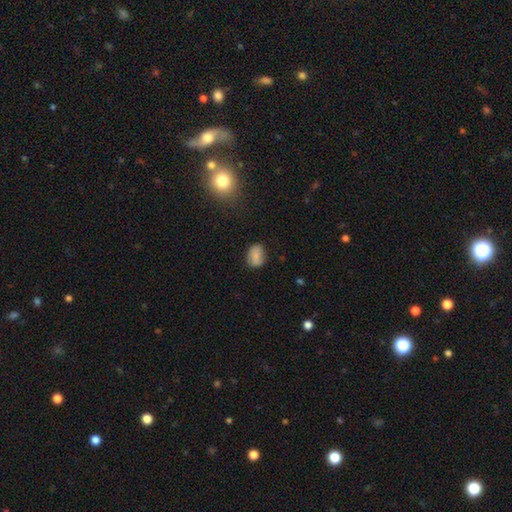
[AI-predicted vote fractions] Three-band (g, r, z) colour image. It shows a smooth galaxy with no disk features (81%) that is in between round and cigar-shaped (72%). Merging: none (77%).